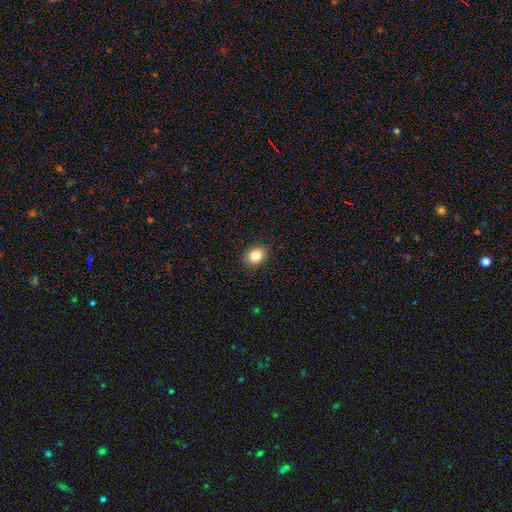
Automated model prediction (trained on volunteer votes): A smooth galaxy with no disk features (84%) that is in between round and cigar-shaped (53%). Merging: none (90%).